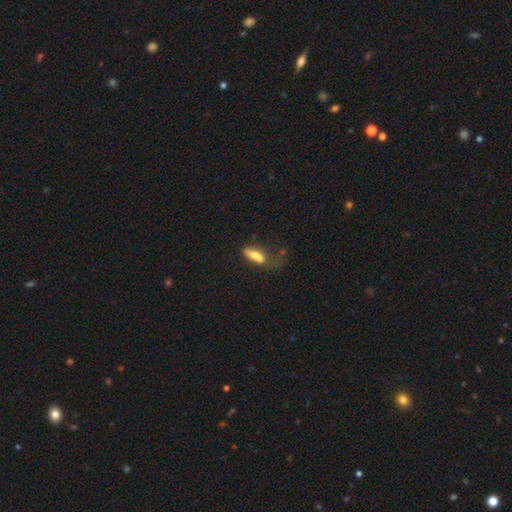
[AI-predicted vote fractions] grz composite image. It shows a smooth galaxy with no disk features (66%) that is in between round and cigar-shaped (66%). Merging: major disturbance (29%).